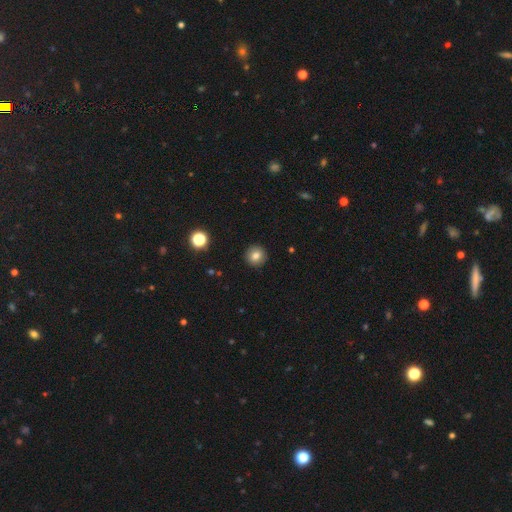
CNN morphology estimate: Smooth or featured? smooth (80%)
How rounded? round (94%)
Merging? none (92%)